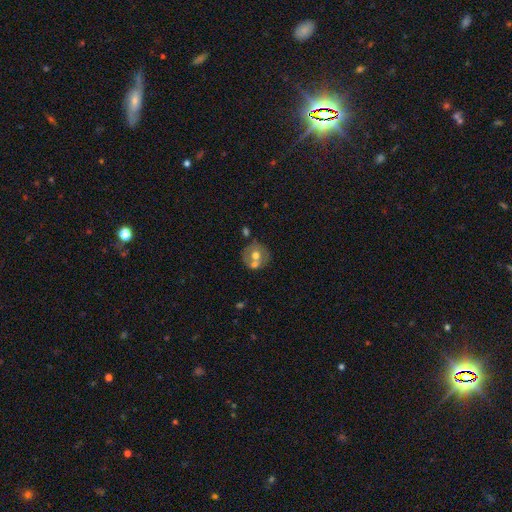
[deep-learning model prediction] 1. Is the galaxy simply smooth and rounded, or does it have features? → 51% smooth, 40% featured or disk, 8% star or artifact.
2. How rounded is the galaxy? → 87% round, 12% in between, 1% cigar-shaped.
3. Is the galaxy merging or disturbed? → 57% none, 27% merger, 12% minor disturbance, 4% major disturbance.